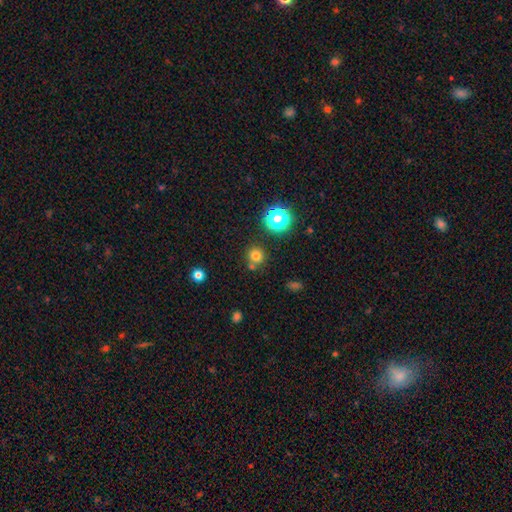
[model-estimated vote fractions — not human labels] Smooth or featured: smooth — 76% (star or artifact — 18%)
How rounded: round — 93% (in between — 6%)
Merging: none — 76% (merger — 13%)